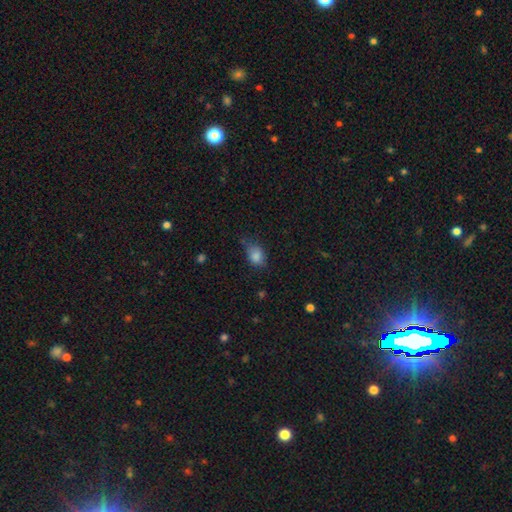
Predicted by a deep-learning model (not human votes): Q: Smooth or featured?
A: smooth (83%); runner-up: star or artifact (10%)
Q: How rounded?
A: in between (68%); runner-up: round (30%)
Q: Merging?
A: none (53%); runner-up: minor disturbance (34%)